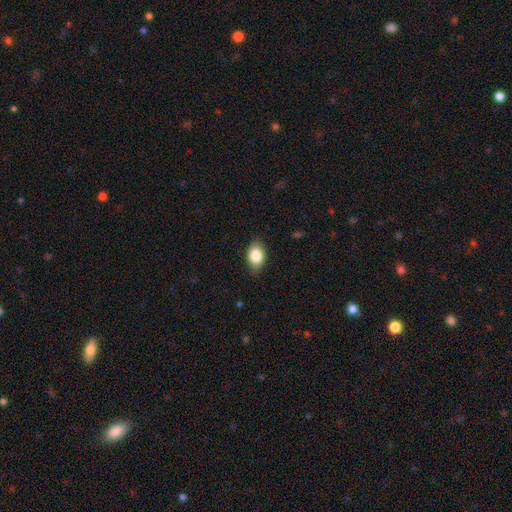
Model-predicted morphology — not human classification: smooth-or-featured: smooth: 83% | featured or disk: 9% | star or artifact: 7%
  how-rounded: in between: 86% | round: 12% | cigar-shaped: 2%
  merging: none: 82% | minor disturbance: 14% | major disturbance: 3% | merger: 1%